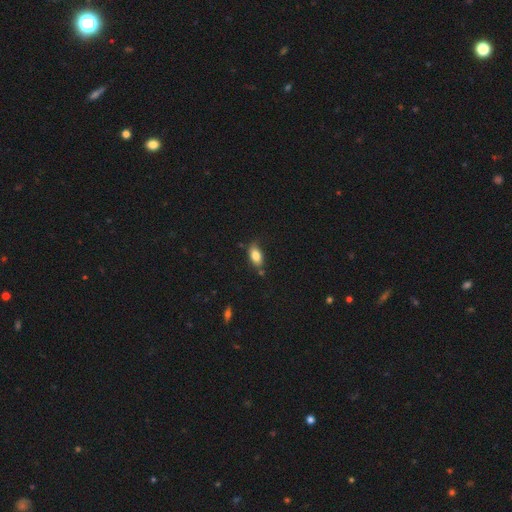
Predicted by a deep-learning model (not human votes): A smooth galaxy with no disk features (82%) that is in between round and cigar-shaped (88%).

Vote fractions:
- Smooth or featured? smooth: 82% / featured or disk: 10% / star or artifact: 8%
- How rounded? in between: 88% / cigar-shaped: 6% / round: 6%
- Merging? none: 69% / minor disturbance: 21% / merger: 5% / major disturbance: 5%